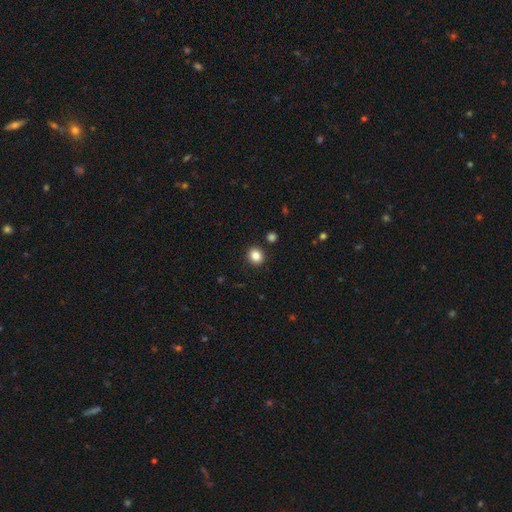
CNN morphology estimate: Smooth or featured? Predicted: smooth (p=0.84). How rounded? Predicted: round (p=0.78). Merging? Predicted: none (p=0.90).